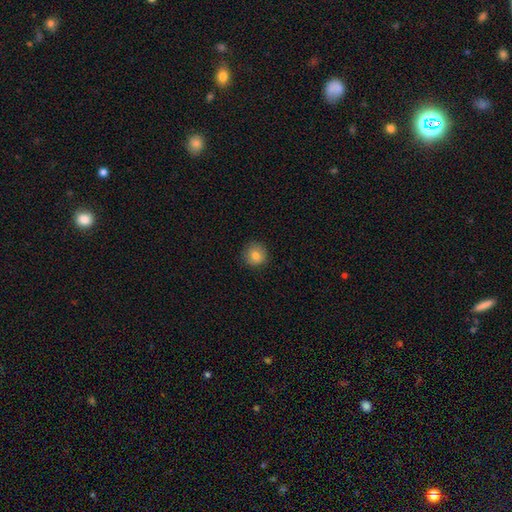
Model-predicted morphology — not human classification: type=smooth (82%); roundness=round (93%); merging=none (90%).